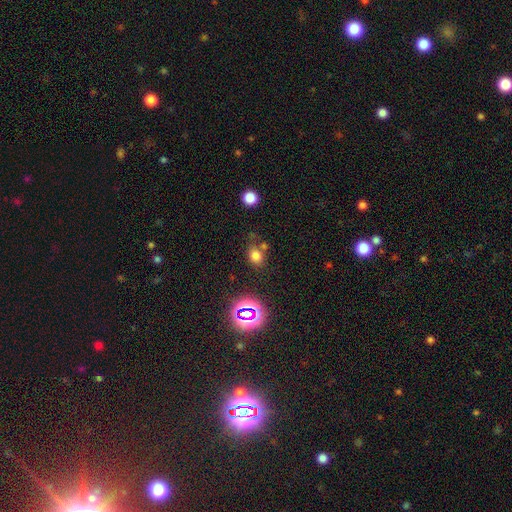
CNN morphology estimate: This is likely a smooth galaxy (70%). How rounded: possibly round (53%). Merging: likely none (67%).